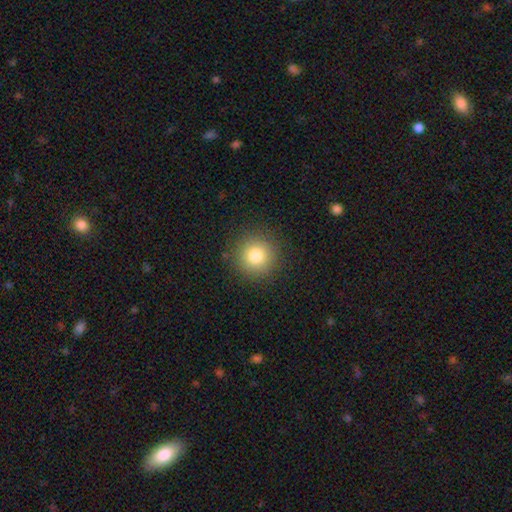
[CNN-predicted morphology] Smooth or featured? smooth (80%)
How rounded? round (95%)
Merging? none (90%)